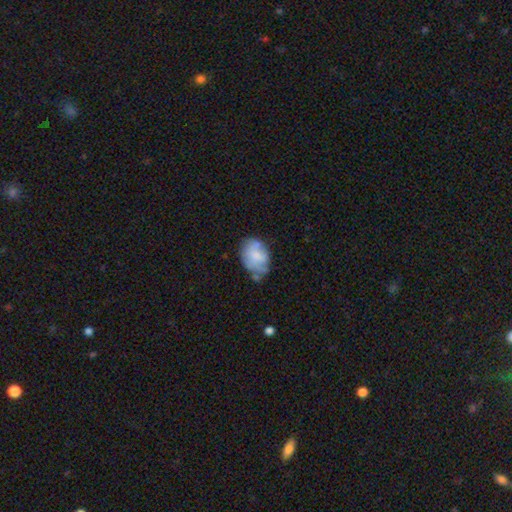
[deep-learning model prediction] The model was most divided on "merging": none: 49%, minor disturbance: 32%, major disturbance: 12%, merger: 8%. More confident: how rounded — in between (75%); smooth or featured — smooth (64%).